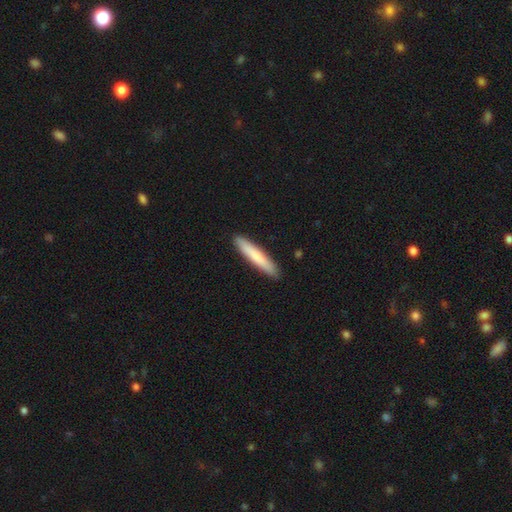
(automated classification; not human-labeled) smooth_or_featured: smooth (p=0.77) [alt: featured or disk p=0.18]
how_rounded: cigar-shaped (p=0.93) [alt: in between p=0.06]
merging: none (p=0.91) [alt: minor disturbance p=0.06]